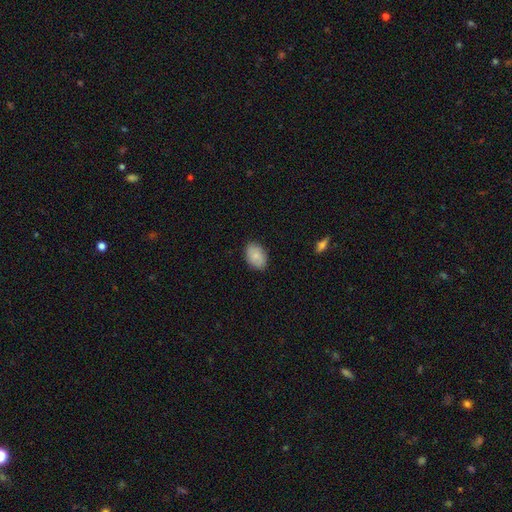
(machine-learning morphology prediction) smooth_or_featured: smooth (p=0.84) [alt: featured or disk p=0.09]
how_rounded: in between (p=0.87) [alt: round p=0.12]
merging: none (p=0.86) [alt: minor disturbance p=0.11]